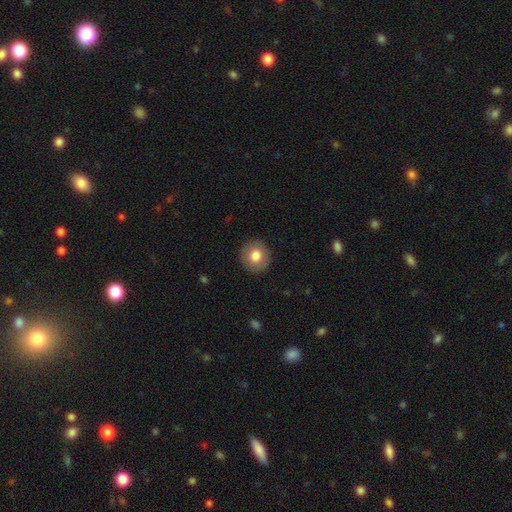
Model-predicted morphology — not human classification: Smooth or featured: smooth — 78% (featured or disk — 14%)
How rounded: round — 93% (in between — 6%)
Merging: none — 91% (minor disturbance — 6%)